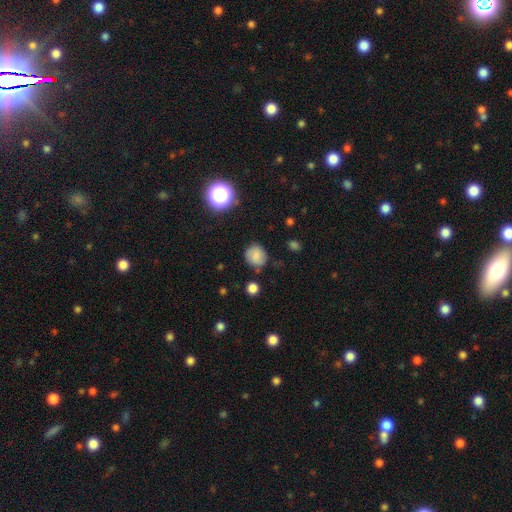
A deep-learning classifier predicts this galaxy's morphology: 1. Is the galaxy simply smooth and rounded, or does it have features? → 78% smooth, 12% star or artifact, 10% featured or disk.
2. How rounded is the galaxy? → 79% round, 20% in between, 1% cigar-shaped.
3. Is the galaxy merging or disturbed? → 75% none, 17% minor disturbance, 5% major disturbance, 3% merger.